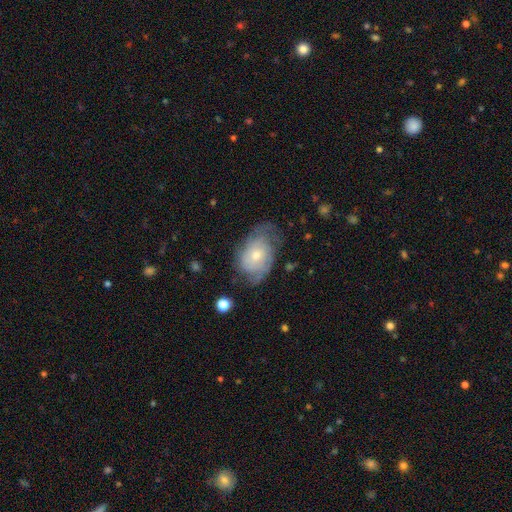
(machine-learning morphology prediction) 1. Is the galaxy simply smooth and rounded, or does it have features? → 62% featured or disk, 31% smooth, 7% star or artifact.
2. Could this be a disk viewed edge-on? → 96% no, 4% yes.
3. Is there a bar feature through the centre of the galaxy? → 77% no, 20% weak, 3% strong.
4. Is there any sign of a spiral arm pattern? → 82% yes, 18% no.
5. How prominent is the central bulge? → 48% small, 46% moderate, 3% large, 2% none, 1% dominant.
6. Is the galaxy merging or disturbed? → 51% none, 29% minor disturbance, 18% major disturbance, 2% merger.